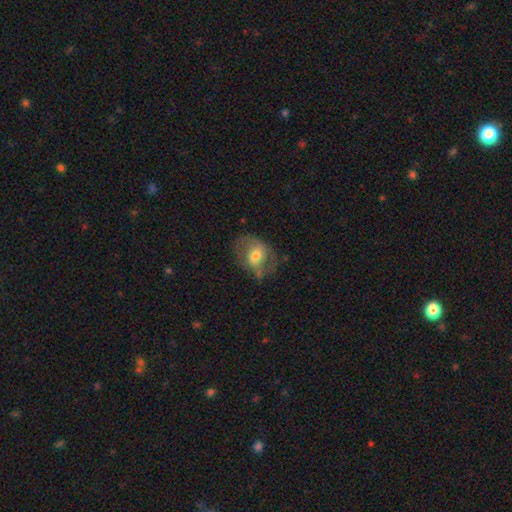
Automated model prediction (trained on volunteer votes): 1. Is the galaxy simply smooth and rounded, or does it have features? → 53% featured or disk, 39% smooth, 8% star or artifact.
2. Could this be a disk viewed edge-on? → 94% no, 6% yes.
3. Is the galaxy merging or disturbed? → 58% none, 25% minor disturbance, 16% major disturbance, 2% merger.